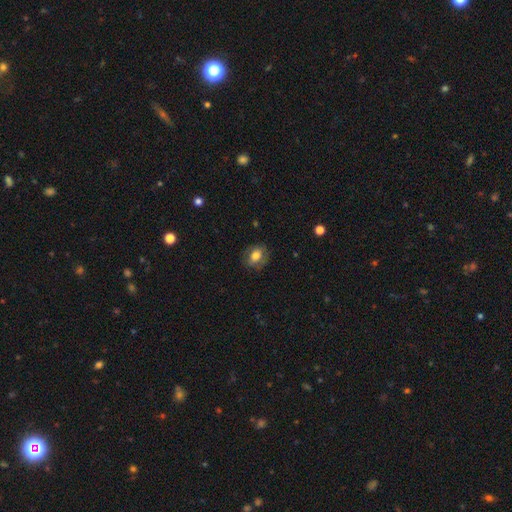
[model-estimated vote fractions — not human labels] Q: Smooth or featured?
A: smooth (71%); runner-up: featured or disk (21%)
Q: How rounded?
A: in between (58%); runner-up: round (40%)
Q: Merging?
A: none (79%); runner-up: minor disturbance (15%)